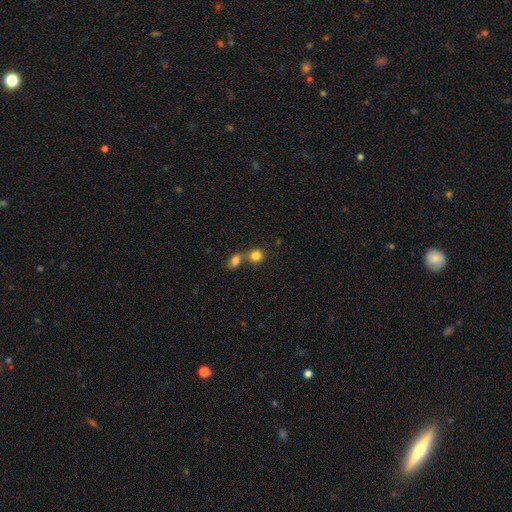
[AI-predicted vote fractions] The model was most divided on "merging": merger: 46%, none: 44%, minor disturbance: 7%, major disturbance: 3%. More confident: smooth or featured — smooth (82%); how rounded — round (76%).